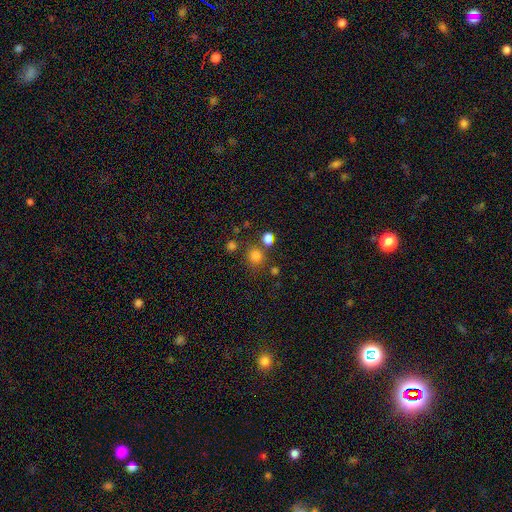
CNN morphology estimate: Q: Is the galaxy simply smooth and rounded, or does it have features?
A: smooth — 78%.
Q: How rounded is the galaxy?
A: round — 86%.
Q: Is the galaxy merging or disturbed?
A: none — 74%.